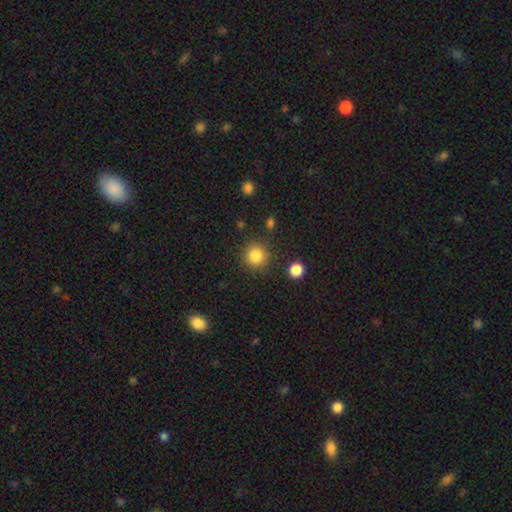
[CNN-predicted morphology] smooth_or_featured: smooth (p=0.84) [alt: star or artifact p=0.11]
how_rounded: round (p=0.94) [alt: in between p=0.06]
merging: none (p=0.87) [alt: minor disturbance p=0.07]